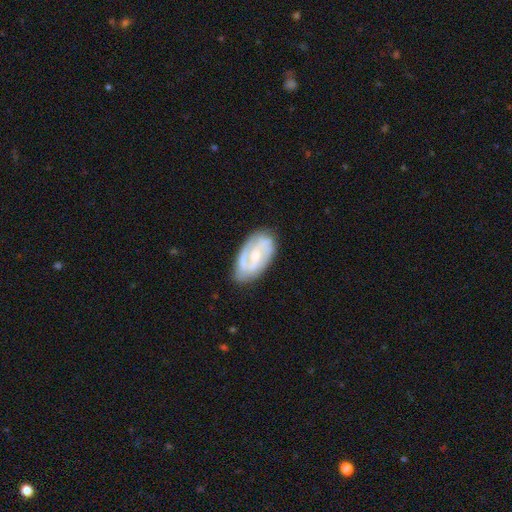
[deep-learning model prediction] Smooth or featured? featured or disk (76%)
Edge-on disk? no (96%)
Bar? no (46%)
Spiral arms? yes (88%)
Spiral winding? tight (46%)
Spiral arm count? 2 (61%)
Bulge size? small (45%)
Merging? none (75%)